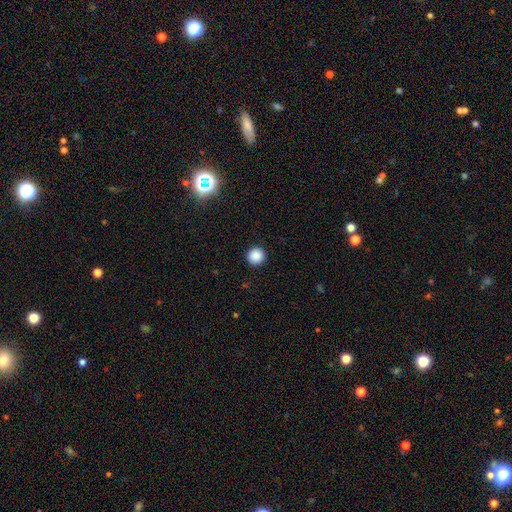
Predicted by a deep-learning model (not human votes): smooth-or-featured: smooth: 88% | star or artifact: 10% | featured or disk: 2%
  how-rounded: round: 95% | in between: 4% | cigar-shaped: 1%
  merging: none: 93% | minor disturbance: 4% | major disturbance: 2% | merger: 1%